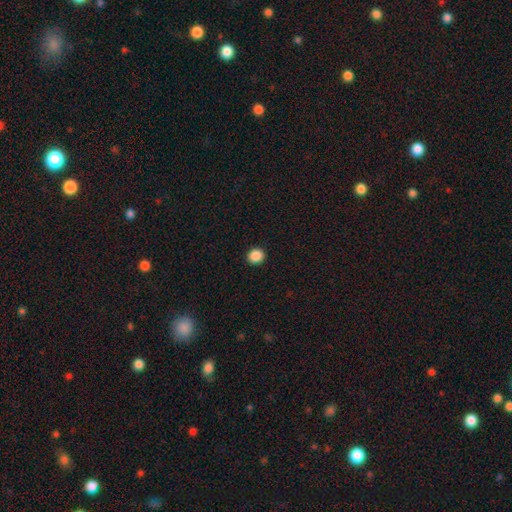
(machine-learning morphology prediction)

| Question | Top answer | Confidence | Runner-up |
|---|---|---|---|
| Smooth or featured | smooth | 88% | star or artifact (10%) |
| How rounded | round | 86% | in between (13%) |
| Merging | none | 93% | minor disturbance (5%) |